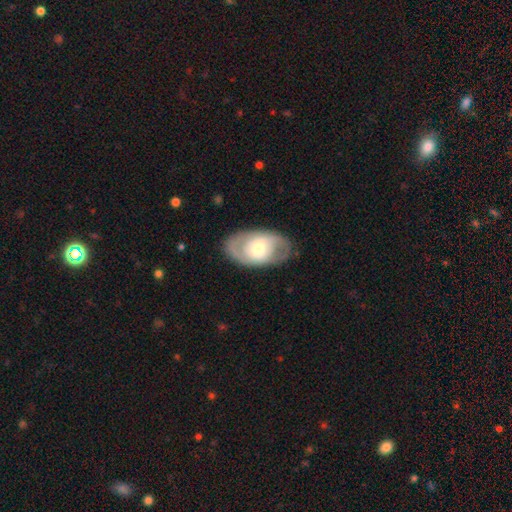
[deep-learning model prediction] Smooth or featured? featured or disk (66%)
Edge-on disk? no (93%)
Bar? no (53%)
Spiral arms? yes (67%)
Bulge size? moderate (62%)
Merging? none (81%)